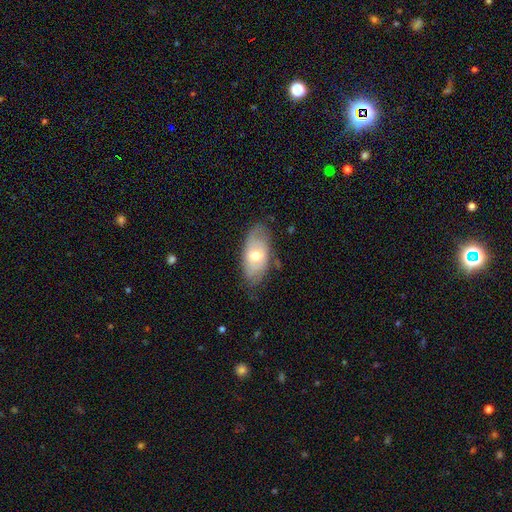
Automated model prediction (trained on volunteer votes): Smooth or featured: smooth — 52% (featured or disk — 41%)
How rounded: in between — 91% (round — 5%)
Merging: none — 70% (minor disturbance — 23%)